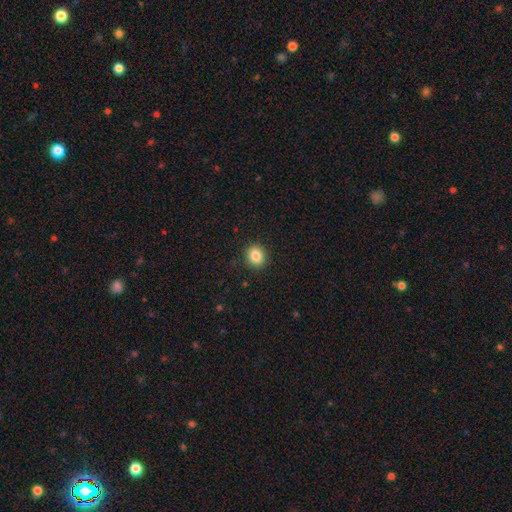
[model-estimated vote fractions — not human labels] Overall: smooth (85%). How rounded: round (68%; in between 31%). Merging: none (91%).